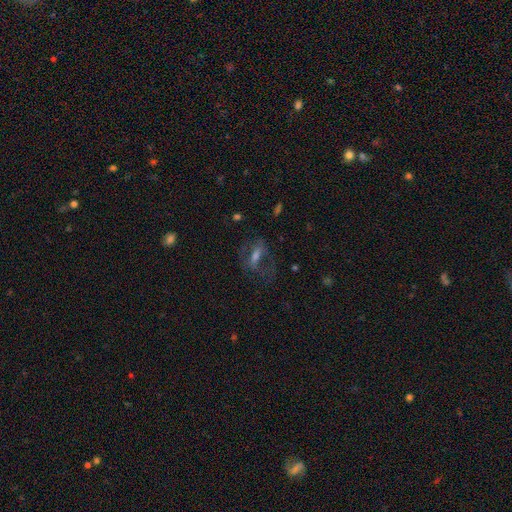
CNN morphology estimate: A featured or disk galaxy (48%).

Vote fractions:
- Smooth or featured? featured or disk: 48% / smooth: 34% / star or artifact: 19%
- Merging? none: 55% / major disturbance: 26% / minor disturbance: 17% / merger: 2%